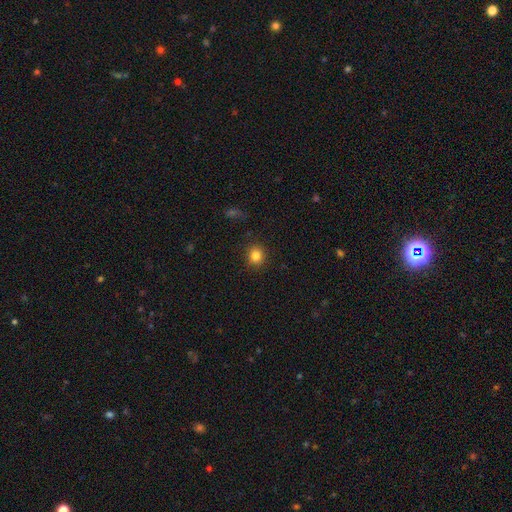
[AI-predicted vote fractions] Smooth or featured: smooth — 84% (star or artifact — 11%)
How rounded: round — 88% (in between — 11%)
Merging: none — 89% (minor disturbance — 7%)